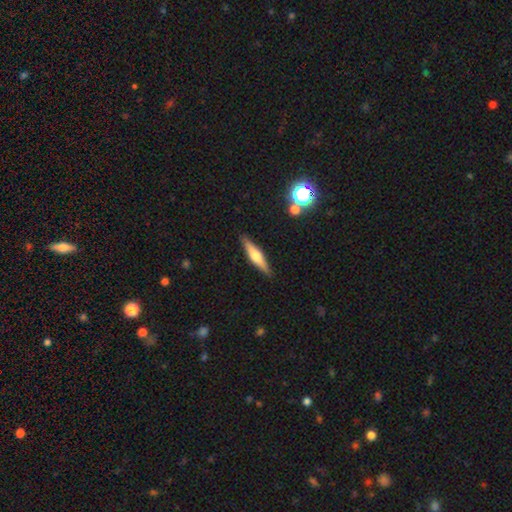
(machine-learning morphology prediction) Smooth or featured: featured or disk — 55% (smooth — 38%)
Edge-on disk: yes — 95% (no — 5%)
Edge-on bulge: rounded — 87% (boxy — 8%)
Merging: none — 89% (minor disturbance — 8%)